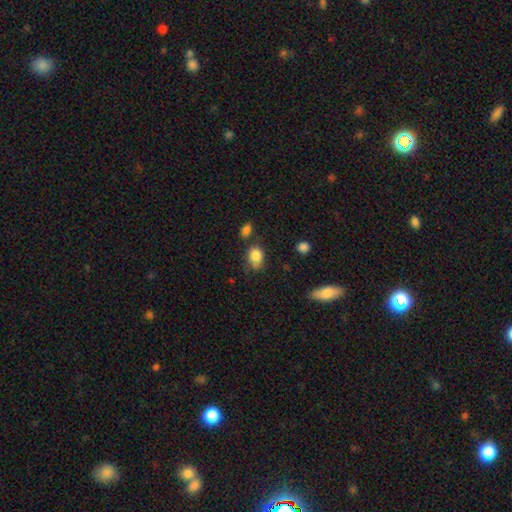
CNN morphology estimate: Smooth or featured? smooth (84%)
How rounded? in between (60%)
Merging? none (54%)